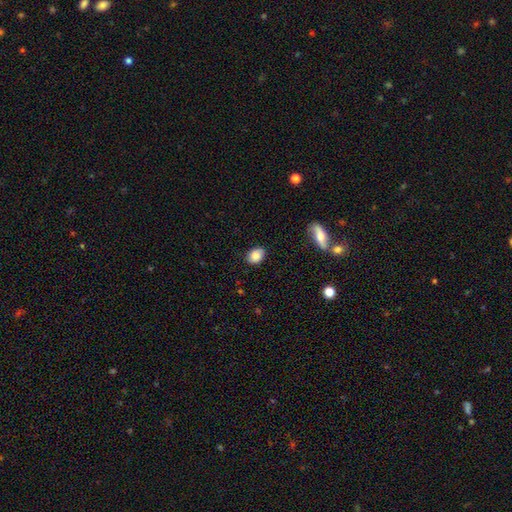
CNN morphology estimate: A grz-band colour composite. It shows a smooth galaxy with no disk features (84%) that is in between round and cigar-shaped (66%). Merging: none (79%).